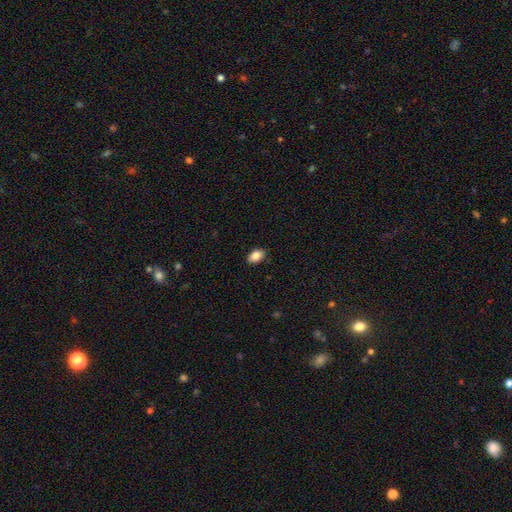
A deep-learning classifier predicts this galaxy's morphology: Smooth or featured? smooth (87%)
How rounded? in between (90%)
Merging? none (88%)